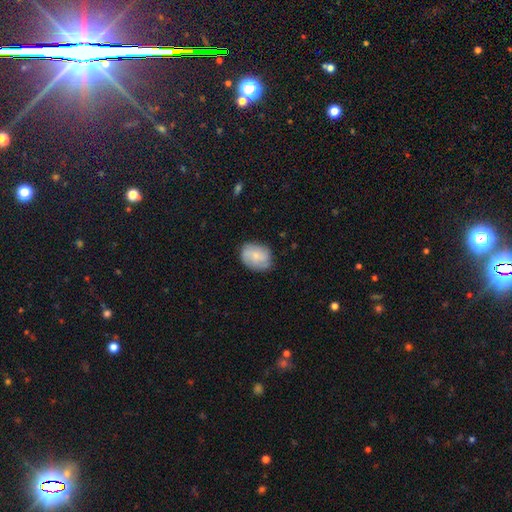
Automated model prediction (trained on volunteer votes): The model was most divided on "how rounded": in between: 56%, round: 43%, cigar-shaped: 1%. More confident: merging — none (72%); smooth or featured — smooth (62%).